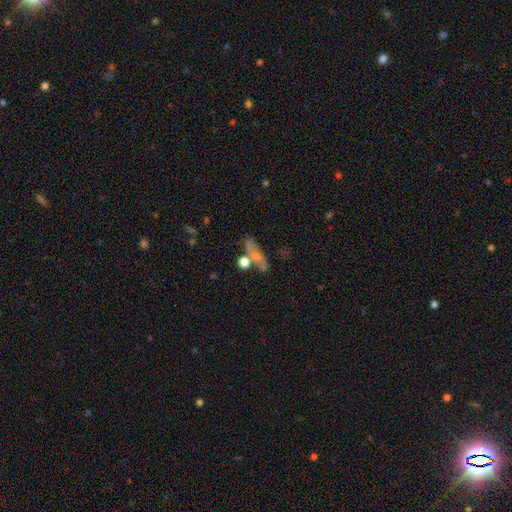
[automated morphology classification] smooth_or_featured: smooth (p=0.50) [alt: featured or disk p=0.37]
how_rounded: in between (p=0.49) [alt: cigar-shaped p=0.32]
merging: none (p=0.50) [alt: merger p=0.23]